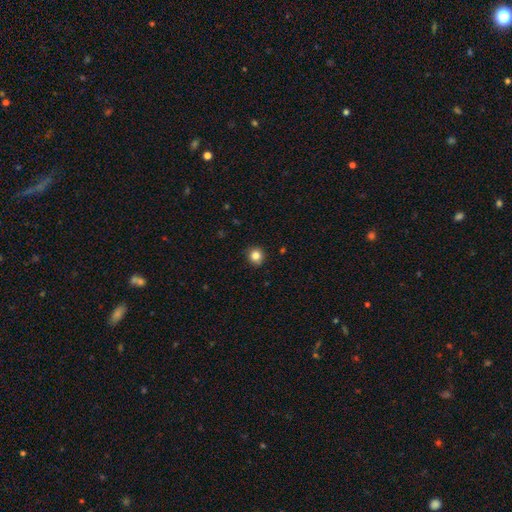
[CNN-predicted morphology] A smooth galaxy with no disk features (83%) that is round (93%).

Vote fractions:
- Smooth or featured? smooth: 83% / star or artifact: 11% / featured or disk: 5%
- How rounded? round: 93% / in between: 6% / cigar-shaped: 1%
- Merging? none: 91% / minor disturbance: 6% / major disturbance: 2% / merger: 1%